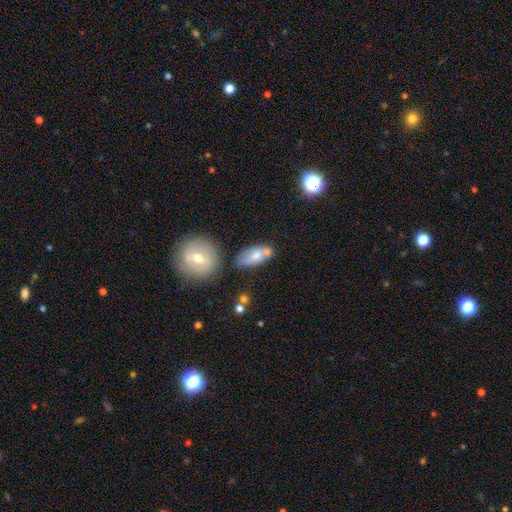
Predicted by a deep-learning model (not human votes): smooth-or-featured: smooth: 67% | featured or disk: 25% | star or artifact: 8%
  how-rounded: in between: 85% | cigar-shaped: 9% | round: 6%
  merging: none: 54% | merger: 21% | minor disturbance: 19% | major disturbance: 6%